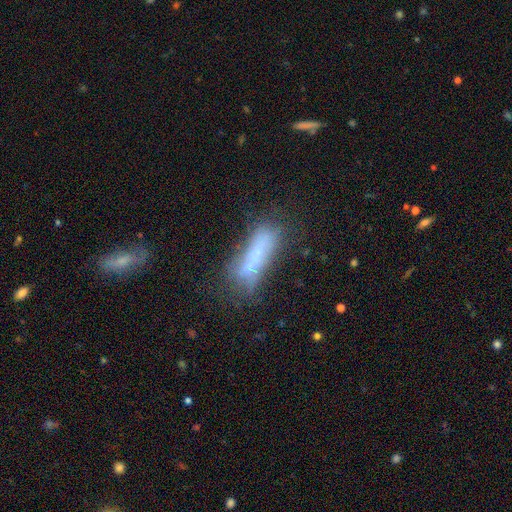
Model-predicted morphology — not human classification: This is possibly a smooth galaxy (56%). How rounded: likely cigar-shaped (62%). Merging: marginally none (44%).